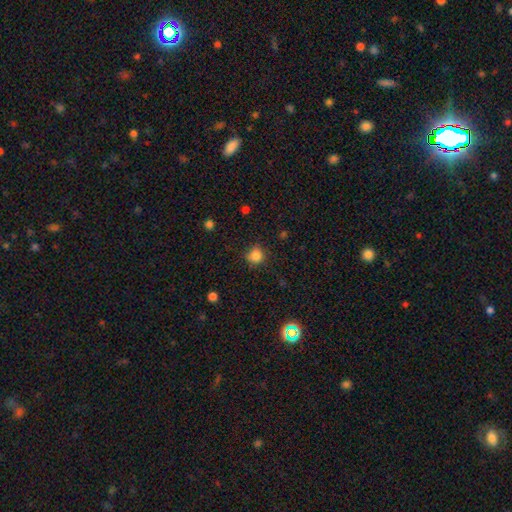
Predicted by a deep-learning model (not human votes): smooth-or-featured: smooth: 82% | star or artifact: 13% | featured or disk: 5%
  how-rounded: round: 85% | in between: 14% | cigar-shaped: 1%
  merging: none: 75% | minor disturbance: 18% | major disturbance: 5% | merger: 2%